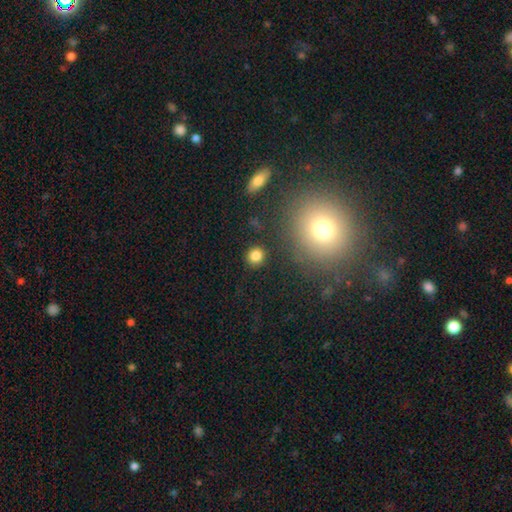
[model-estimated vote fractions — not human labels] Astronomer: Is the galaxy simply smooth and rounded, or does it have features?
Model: smooth — 82%.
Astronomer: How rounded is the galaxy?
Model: round — 90%.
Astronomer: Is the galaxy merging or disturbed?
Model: none — 89%.